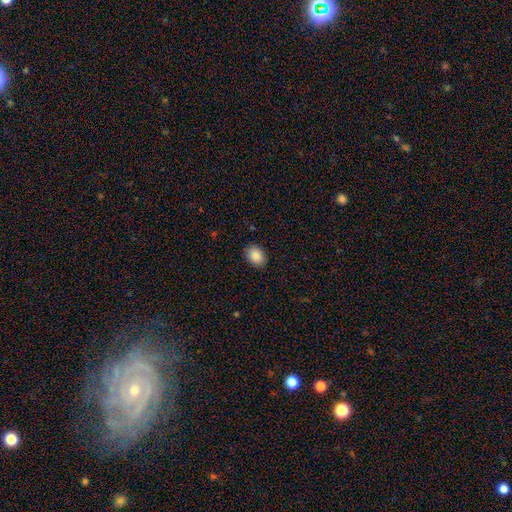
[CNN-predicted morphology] The model was most divided on "how rounded": in between: 65%, round: 34%, cigar-shaped: 1%. More confident: merging — none (89%); smooth or featured — smooth (89%).